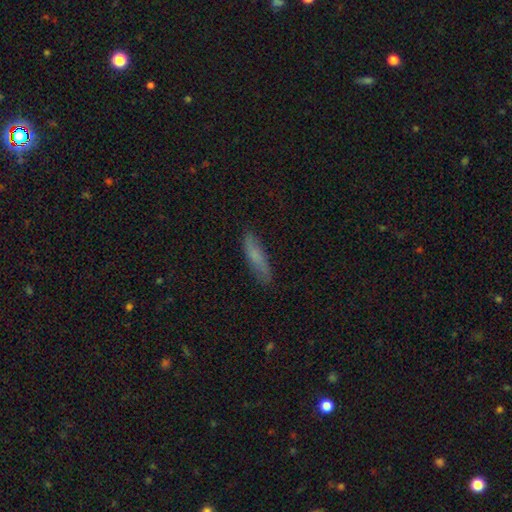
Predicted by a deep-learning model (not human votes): Morphology: type=smooth (67%); roundness=cigar-shaped (72%); merging=none (81%).